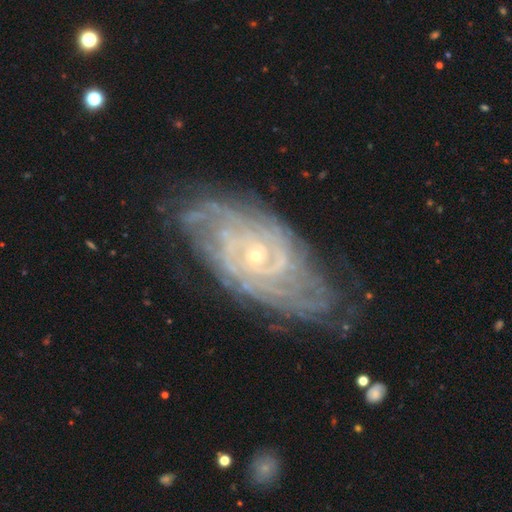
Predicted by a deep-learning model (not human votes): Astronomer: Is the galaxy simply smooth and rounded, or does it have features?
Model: featured or disk — 89%.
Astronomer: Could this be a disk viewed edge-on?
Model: no — 95%.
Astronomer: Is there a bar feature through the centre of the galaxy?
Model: no — 69%.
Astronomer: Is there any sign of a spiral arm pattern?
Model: yes — 97%.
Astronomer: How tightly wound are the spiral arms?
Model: tight — 75%.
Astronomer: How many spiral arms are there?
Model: can't tell — 31% (runner-up: 2, 17%).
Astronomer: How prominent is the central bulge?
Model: small — 79%.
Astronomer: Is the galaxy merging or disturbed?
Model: none — 73%.